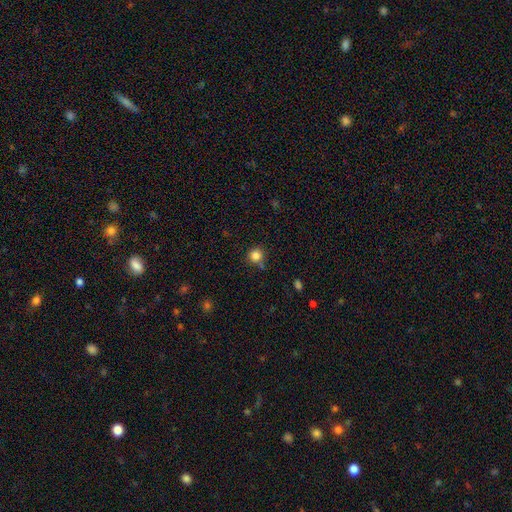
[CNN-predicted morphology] smooth-or-featured: smooth: 84% | star or artifact: 12% | featured or disk: 5%
  how-rounded: round: 92% | in between: 7% | cigar-shaped: 1%
  merging: none: 76% | minor disturbance: 13% | merger: 8% | major disturbance: 3%